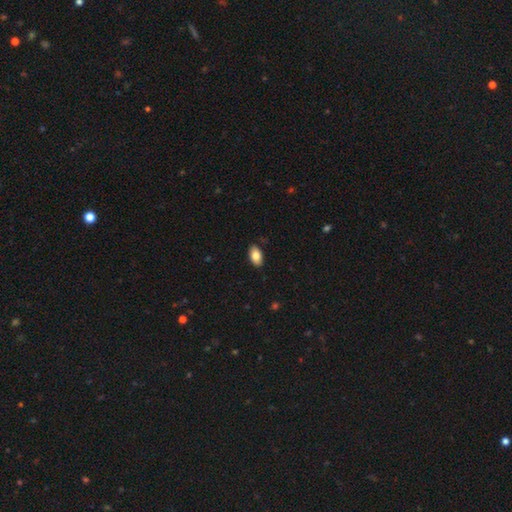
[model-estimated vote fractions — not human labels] The model was most divided on "smooth or featured": smooth: 84%, featured or disk: 9%, star or artifact: 7%. More confident: how rounded — in between (93%); merging — none (88%).